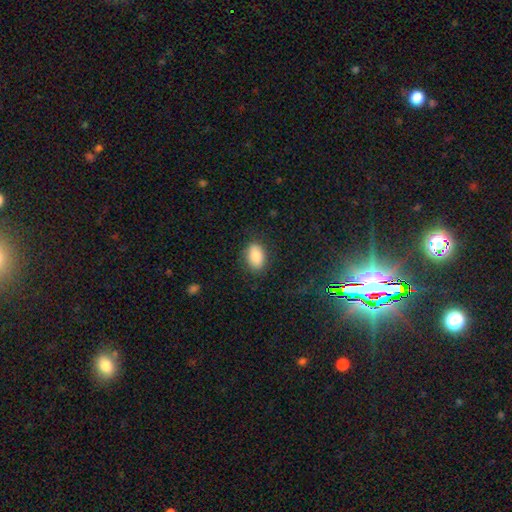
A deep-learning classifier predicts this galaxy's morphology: Smooth or featured?
  - smooth: 86% *
  - star or artifact: 8%
  - featured or disk: 6%
How rounded?
  - in between: 87% *
  - round: 12%
  - cigar-shaped: 1%
Merging?
  - none: 81% *
  - minor disturbance: 13%
  - major disturbance: 4%
  - merger: 1%